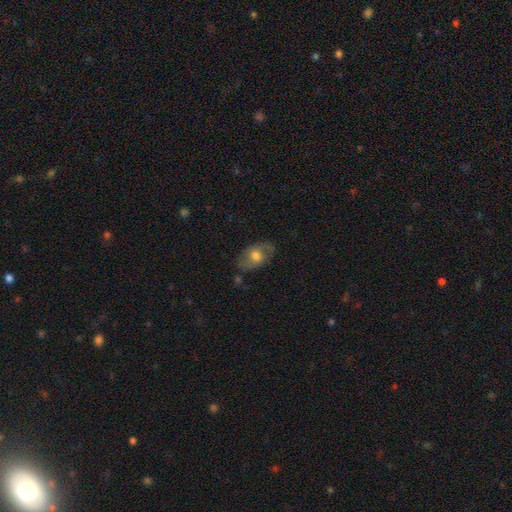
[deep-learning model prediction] Overall: smooth (47%; featured or disk 45%). Merging: none (73%).